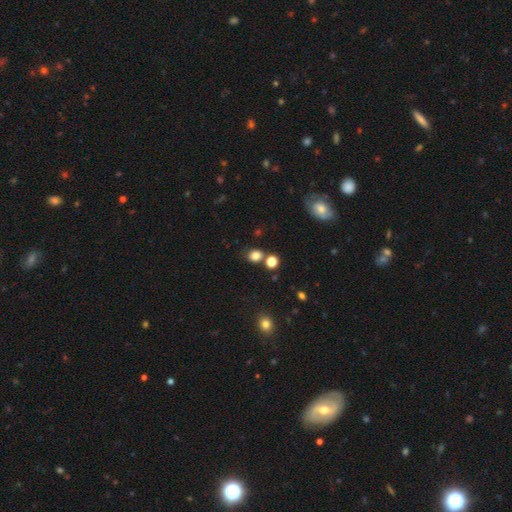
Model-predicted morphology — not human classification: Smooth or featured? smooth (80%)
How rounded? round (63%)
Merging? none (67%)